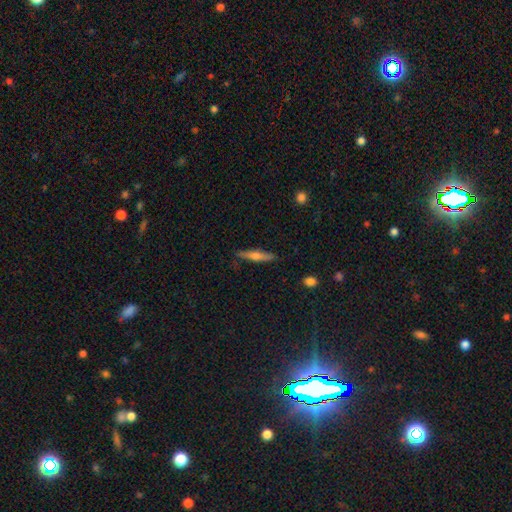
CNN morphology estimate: featured or disk 48%, smooth 46%, star or artifact 7%. Down the decision tree: merging — none (86%).